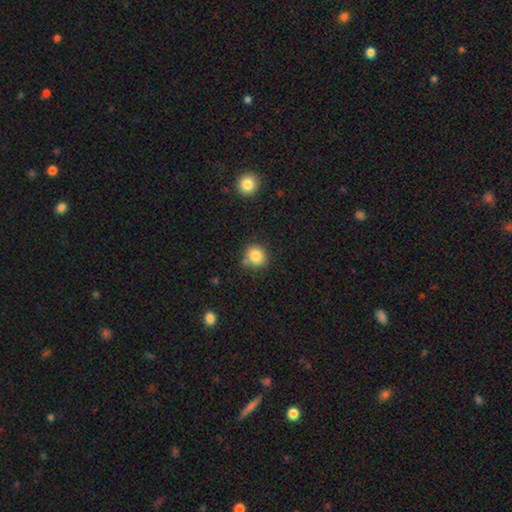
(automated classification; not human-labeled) Smooth or featured? Predicted: smooth (p=0.84). How rounded? Predicted: round (p=0.86). Merging? Predicted: none (p=0.78).